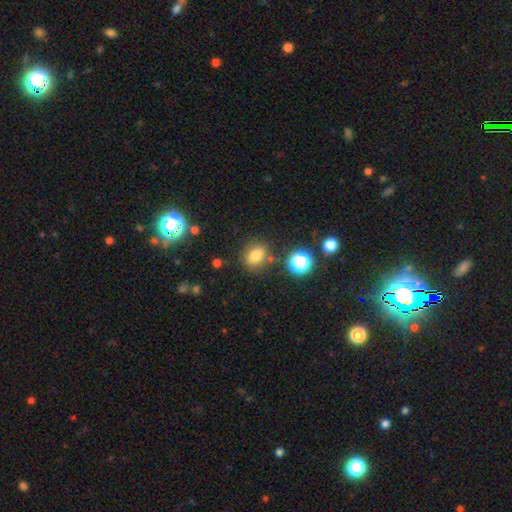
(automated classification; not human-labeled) A smooth galaxy with no disk features (76%) that is in between round and cigar-shaped (60%). Merging: none (79%).